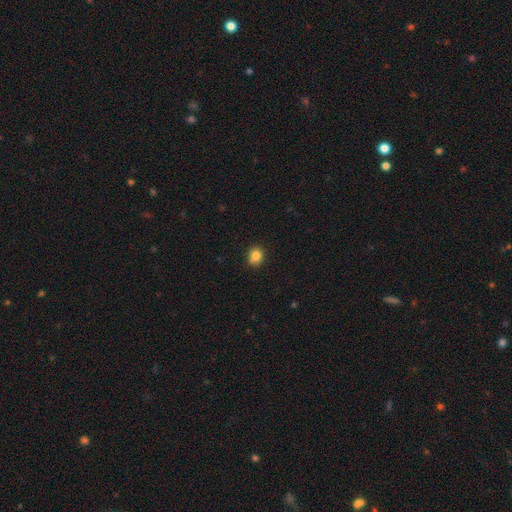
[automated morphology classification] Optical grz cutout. It shows a smooth galaxy with no disk features (83%) that is round (74%). Merging: none (80%).